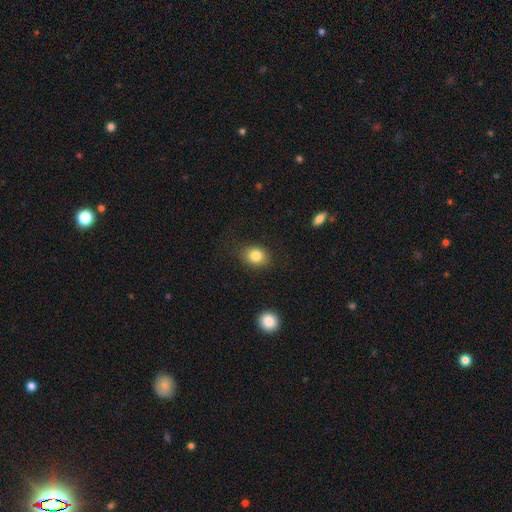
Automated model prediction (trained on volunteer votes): Q: Smooth or featured?
A: smooth (84%); runner-up: star or artifact (9%)
Q: How rounded?
A: in between (54%); runner-up: round (45%)
Q: Merging?
A: none (84%); runner-up: minor disturbance (11%)